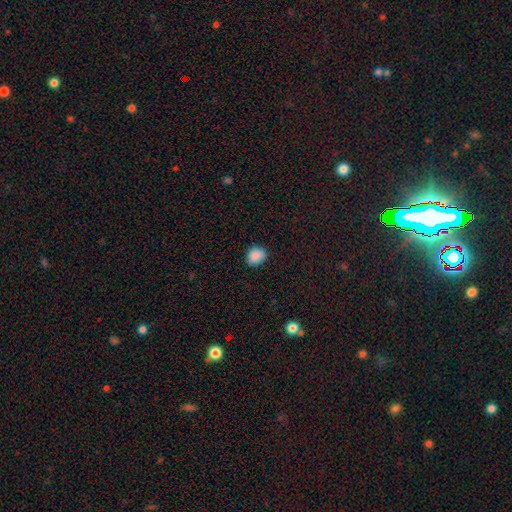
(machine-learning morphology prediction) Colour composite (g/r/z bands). It shows a smooth galaxy with no disk features (88%) that is round (57%). Merging: none (80%).